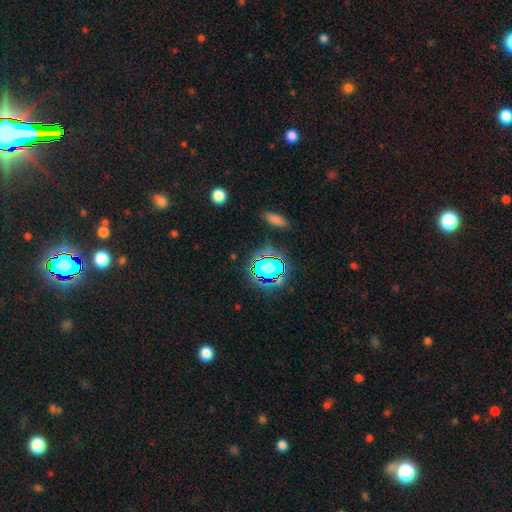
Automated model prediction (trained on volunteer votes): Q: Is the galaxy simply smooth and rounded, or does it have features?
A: star or artifact — 50%.